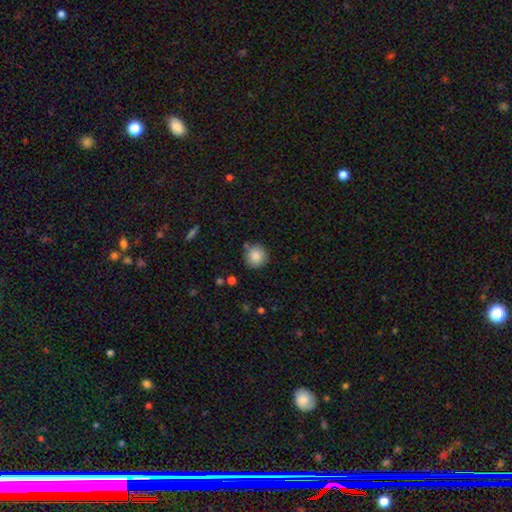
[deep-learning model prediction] smooth_or_featured: smooth (p=0.87) [alt: star or artifact p=0.08]
how_rounded: round (p=0.92) [alt: in between p=0.07]
merging: none (p=0.83) [alt: minor disturbance p=0.10]